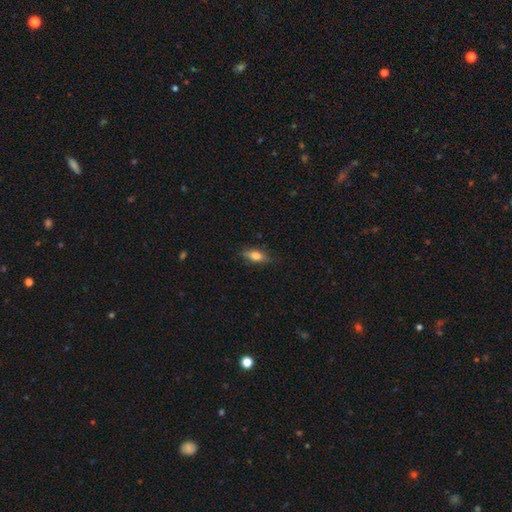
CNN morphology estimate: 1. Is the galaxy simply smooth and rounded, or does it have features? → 70% smooth, 22% featured or disk, 7% star or artifact.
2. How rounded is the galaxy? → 72% in between, 23% cigar-shaped, 5% round.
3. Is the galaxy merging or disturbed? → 77% none, 18% minor disturbance, 3% major disturbance, 1% merger.